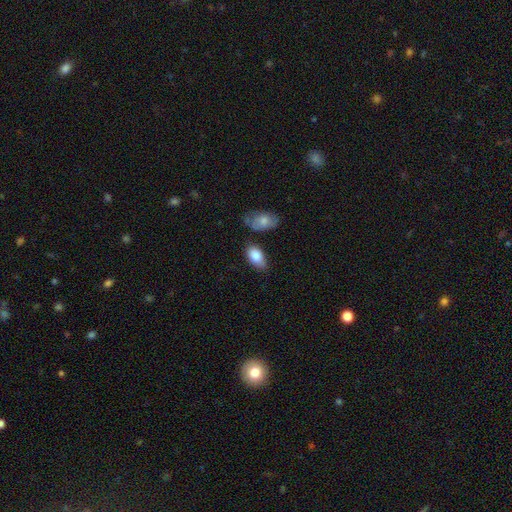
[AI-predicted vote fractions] smooth 84%, featured or disk 10%, star or artifact 6%. Down the decision tree: how rounded — in between (94%); merging — none (65%).